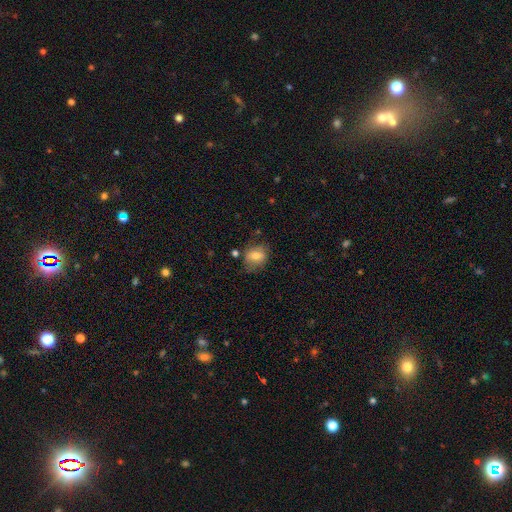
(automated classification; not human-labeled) Q: Smooth or featured?
A: smooth (69%); runner-up: featured or disk (22%)
Q: How rounded?
A: in between (58%); runner-up: round (41%)
Q: Merging?
A: none (65%); runner-up: minor disturbance (23%)